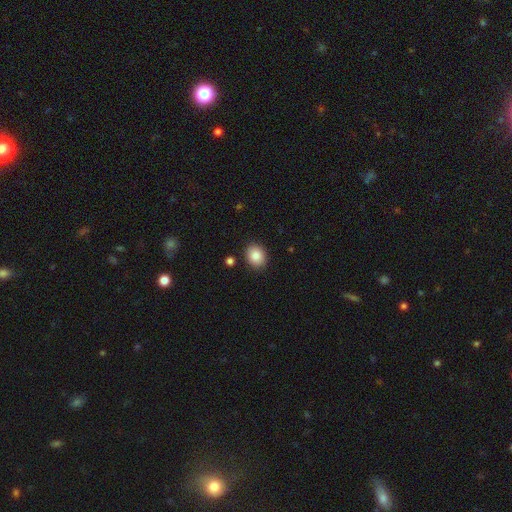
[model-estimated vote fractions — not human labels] The model was most divided on "how rounded": round: 53%, in between: 46%, cigar-shaped: 1%. More confident: merging — none (88%); smooth or featured — smooth (87%).